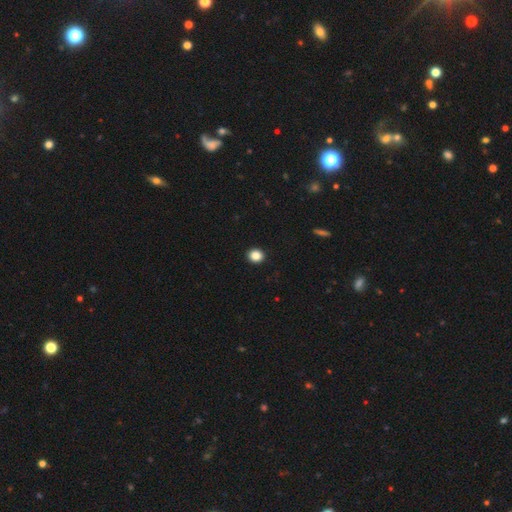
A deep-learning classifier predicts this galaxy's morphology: Smooth or featured? smooth (86%)
How rounded? round (80%)
Merging? none (93%)